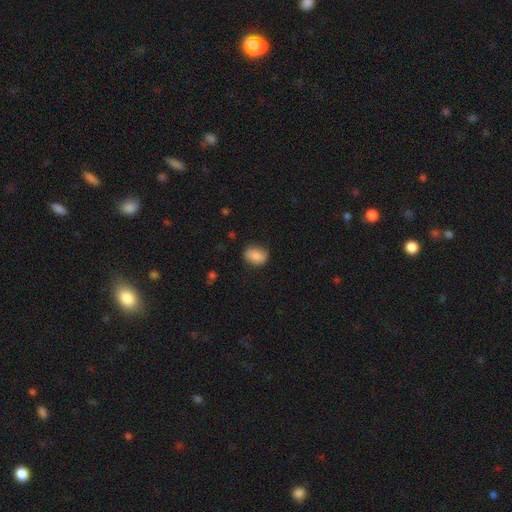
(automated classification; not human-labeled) Smooth or featured? Predicted: smooth (p=0.86). How rounded? Predicted: in between (p=0.69). Merging? Predicted: none (p=0.79).